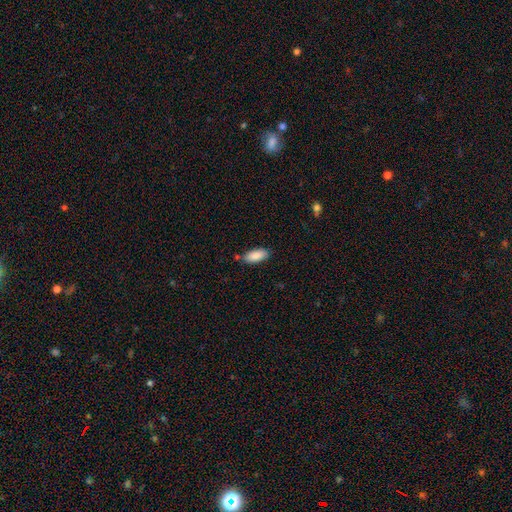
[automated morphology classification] Overall: smooth (89%). How rounded: in between (85%). Merging: none (78%).